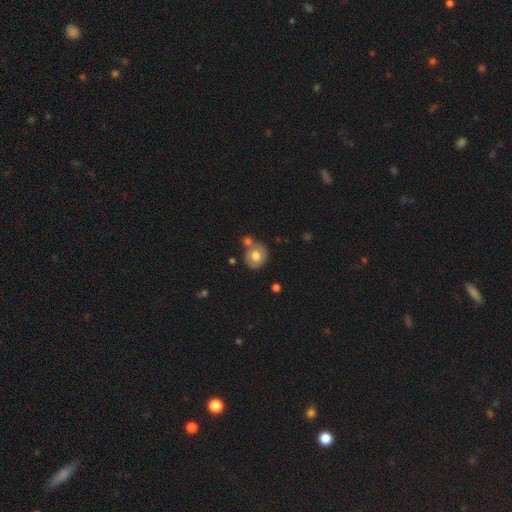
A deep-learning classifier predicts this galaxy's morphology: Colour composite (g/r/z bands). It shows a smooth galaxy with no disk features (63%) that is round (74%). Merging: none (53%).